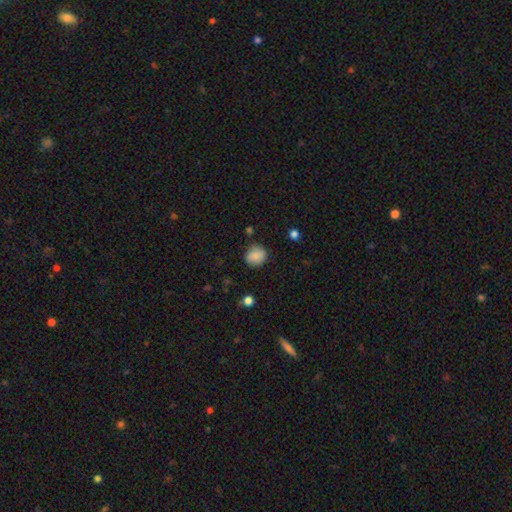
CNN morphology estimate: A smooth galaxy with no disk features (82%) that is round (87%).

Vote fractions:
- Smooth or featured? smooth: 82% / featured or disk: 10% / star or artifact: 8%
- How rounded? round: 87% / in between: 12% / cigar-shaped: 1%
- Merging? none: 80% / minor disturbance: 15% / major disturbance: 3% / merger: 2%